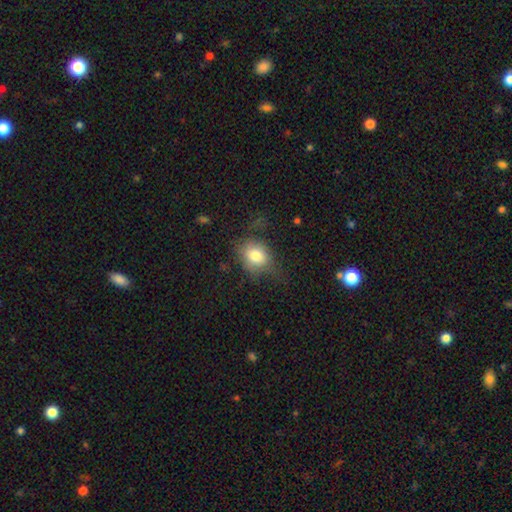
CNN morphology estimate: smooth-or-featured: smooth: 75% | featured or disk: 14% | star or artifact: 10%
  how-rounded: in between: 50% | round: 49% | cigar-shaped: 1%
  merging: none: 53% | minor disturbance: 28% | major disturbance: 18% | merger: 2%